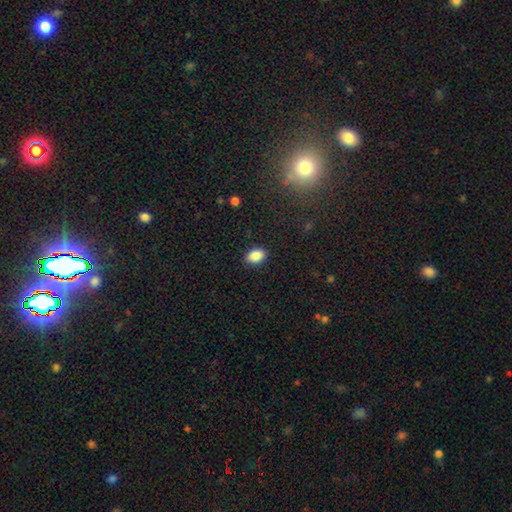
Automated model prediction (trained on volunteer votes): Q: Smooth or featured?
A: smooth (89%); runner-up: star or artifact (8%)
Q: How rounded?
A: in between (84%); runner-up: round (14%)
Q: Merging?
A: none (88%); runner-up: minor disturbance (8%)